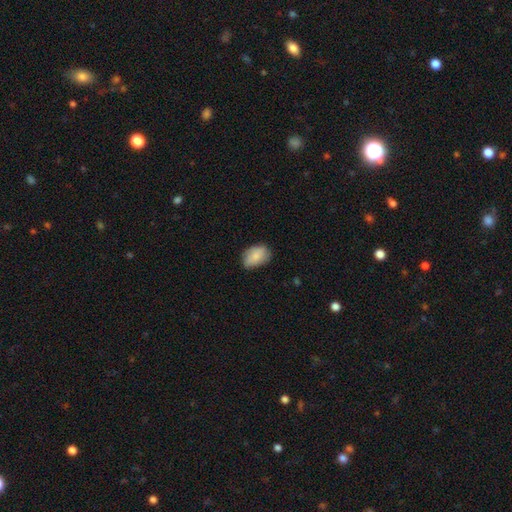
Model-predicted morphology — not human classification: This appears to be a smooth galaxy with no disk features (80%) that is in between round and cigar-shaped (85%). Merging: none (69%).